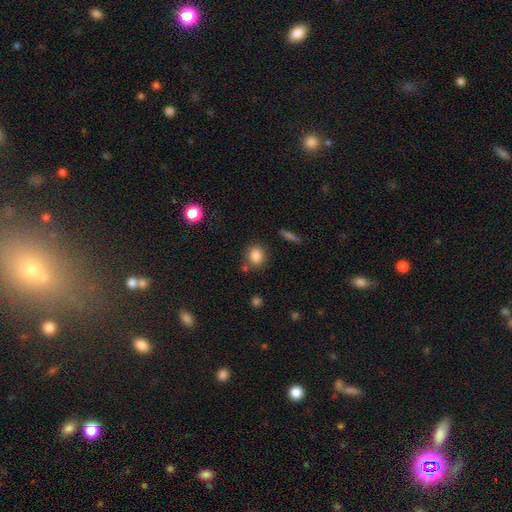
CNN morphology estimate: type=smooth (84%); roundness=round (69%); merging=none (76%).